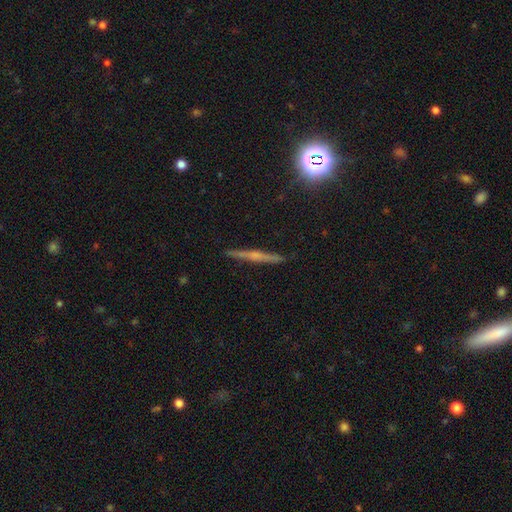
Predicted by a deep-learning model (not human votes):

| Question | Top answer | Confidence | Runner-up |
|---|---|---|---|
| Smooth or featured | featured or disk | 65% | smooth (24%) |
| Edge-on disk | yes | 97% | no (3%) |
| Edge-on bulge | rounded | 62% | none (28%) |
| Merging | none | 91% | minor disturbance (6%) |